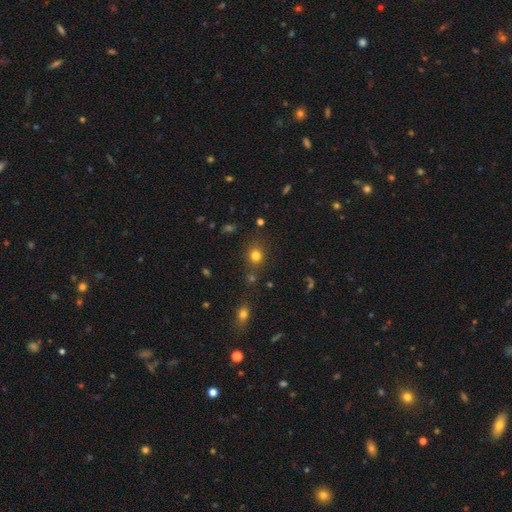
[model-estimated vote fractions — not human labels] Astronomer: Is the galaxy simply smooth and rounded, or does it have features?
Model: smooth — 78%.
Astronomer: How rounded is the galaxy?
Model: round — 75%.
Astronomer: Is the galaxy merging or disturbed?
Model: none — 76%.